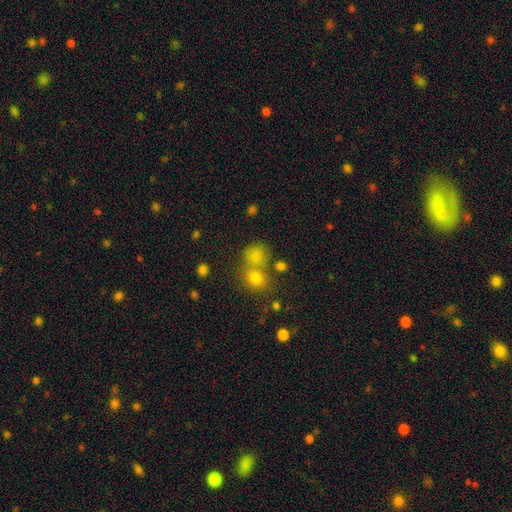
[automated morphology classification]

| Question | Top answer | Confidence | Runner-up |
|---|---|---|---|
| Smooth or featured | smooth | 77% | star or artifact (15%) |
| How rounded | round | 75% | in between (24%) |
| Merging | none | 46% | merger (41%) |